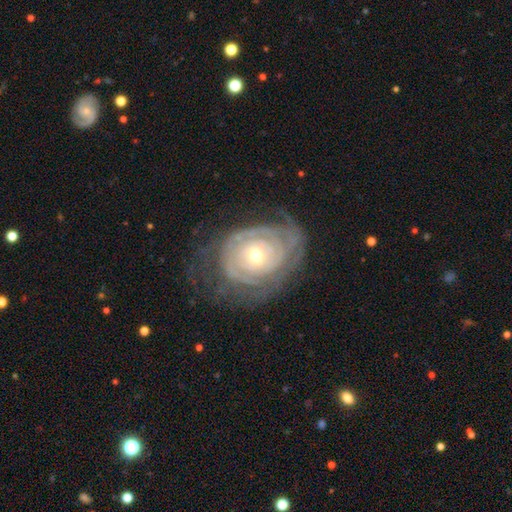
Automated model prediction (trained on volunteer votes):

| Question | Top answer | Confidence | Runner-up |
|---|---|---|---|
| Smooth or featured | featured or disk | 85% | smooth (9%) |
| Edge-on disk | no | 96% | yes (4%) |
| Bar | no | 70% | weak (23%) |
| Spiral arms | yes | 93% | no (7%) |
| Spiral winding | tight | 81% | medium (15%) |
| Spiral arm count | can't tell | 45% | 2 (17%) |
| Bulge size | moderate | 48% | tied: small (48%) |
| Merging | none | 65% | minor disturbance (20%) |